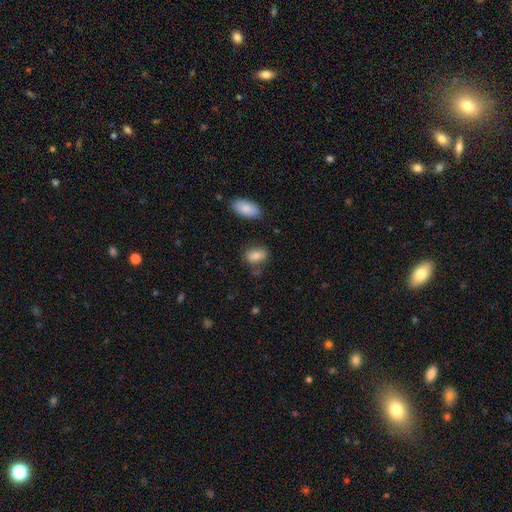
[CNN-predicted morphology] Q: Smooth or featured?
A: smooth (78%); runner-up: featured or disk (13%)
Q: How rounded?
A: in between (82%); runner-up: round (15%)
Q: Merging?
A: none (67%); runner-up: minor disturbance (20%)